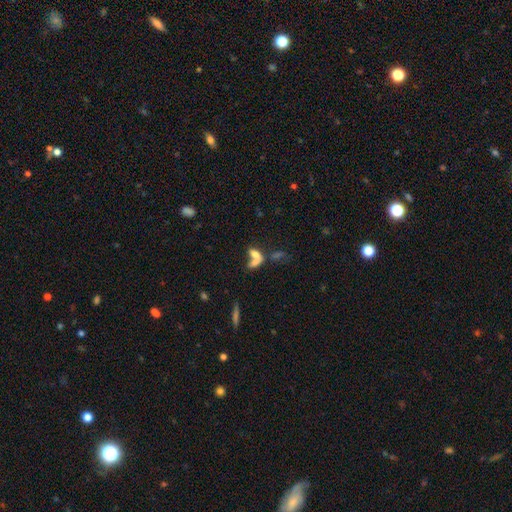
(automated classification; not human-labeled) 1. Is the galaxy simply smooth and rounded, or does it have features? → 61% smooth, 25% featured or disk, 14% star or artifact.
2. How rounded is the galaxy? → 73% in between, 16% cigar-shaped, 11% round.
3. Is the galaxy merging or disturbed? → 60% merger, 22% none, 11% major disturbance, 8% minor disturbance.